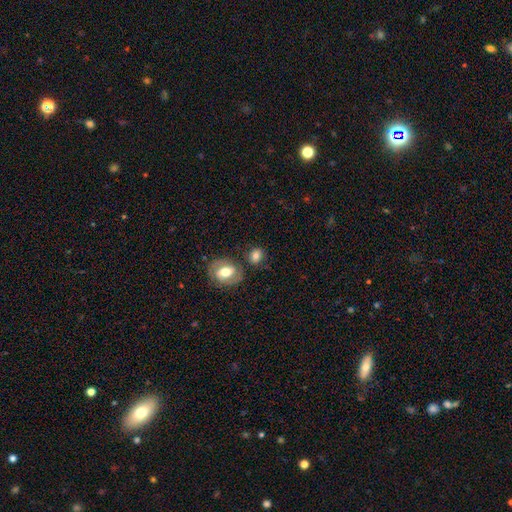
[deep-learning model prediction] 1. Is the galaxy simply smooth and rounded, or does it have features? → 76% smooth, 15% featured or disk, 9% star or artifact.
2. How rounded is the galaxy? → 58% round, 40% in between, 1% cigar-shaped.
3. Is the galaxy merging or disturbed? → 70% none, 14% minor disturbance, 12% merger, 4% major disturbance.